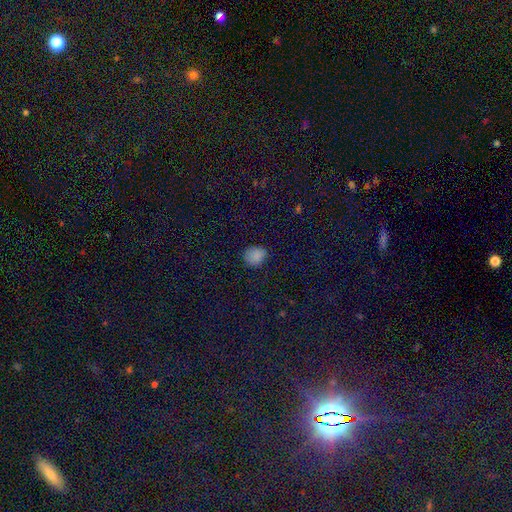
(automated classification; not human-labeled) Smooth or featured? smooth (84%)
How rounded? round (66%)
Merging? none (76%)